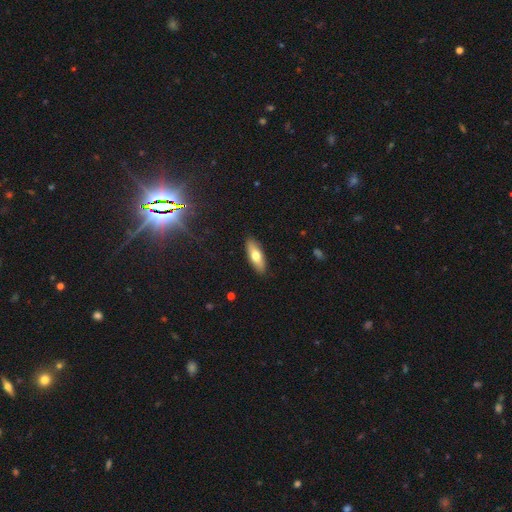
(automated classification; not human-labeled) Smooth or featured: smooth — 68% (featured or disk — 26%)
How rounded: in between — 62% (cigar-shaped — 35%)
Merging: none — 89% (minor disturbance — 8%)